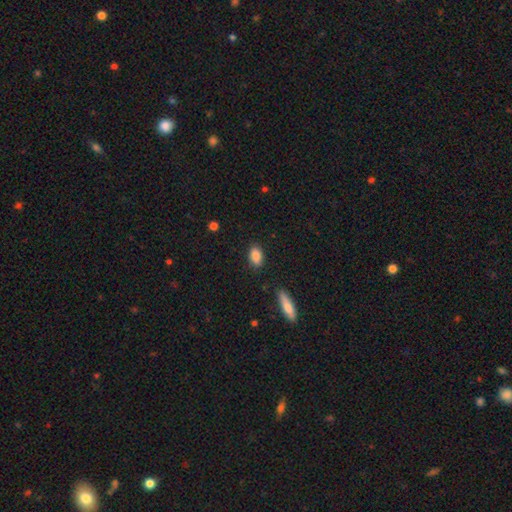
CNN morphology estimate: Smooth or featured? smooth (87%)
How rounded? in between (87%)
Merging? none (85%)